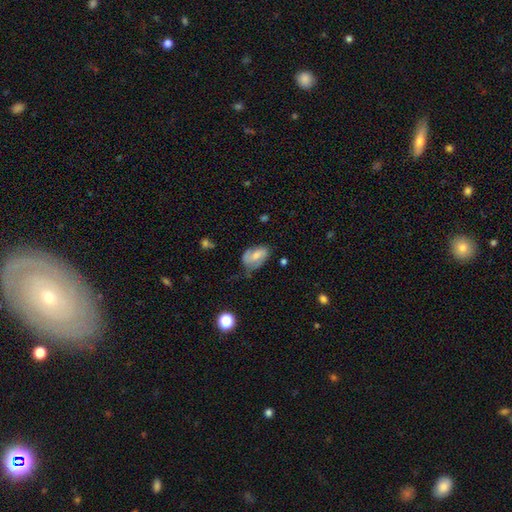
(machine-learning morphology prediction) A featured or disk galaxy (46%, tied with smooth). Merging: none (47%).